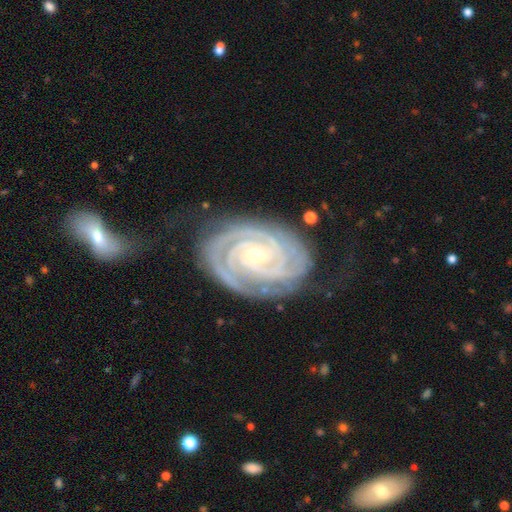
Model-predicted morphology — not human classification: Q: Smooth or featured?
A: featured or disk (93%); runner-up: star or artifact (4%)
Q: Edge-on disk?
A: no (98%); runner-up: yes (2%)
Q: Bar?
A: no (61%); runner-up: weak (24%)
Q: Spiral arms?
A: yes (99%); runner-up: no (1%)
Q: Spiral winding?
A: tight (87%); runner-up: medium (11%)
Q: Spiral arm count?
A: 2 (42%); runner-up: 3 (24%)
Q: Bulge size?
A: small (76%); runner-up: moderate (22%)
Q: Merging?
A: none (74%); runner-up: minor disturbance (18%)